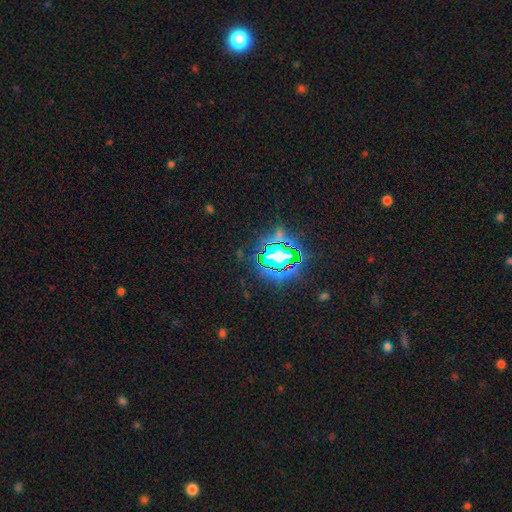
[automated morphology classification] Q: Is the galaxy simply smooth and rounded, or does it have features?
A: star or artifact — 77%.